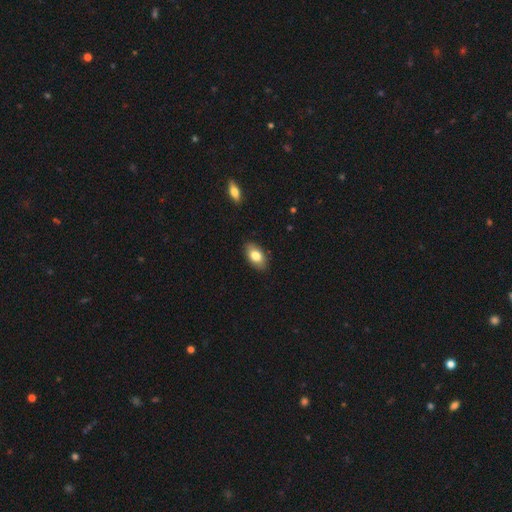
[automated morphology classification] This appears to be a smooth galaxy with no disk features (80%) that is in between round and cigar-shaped (92%). Merging: none (87%).